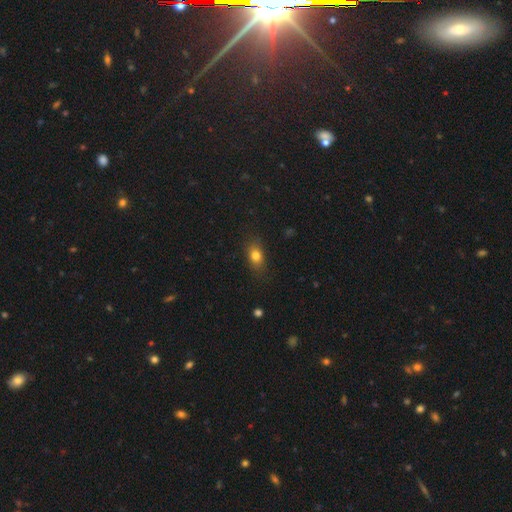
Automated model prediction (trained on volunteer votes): smooth 79%, star or artifact 11%, featured or disk 10%. Down the decision tree: how rounded — in between (72%); merging — none (82%).